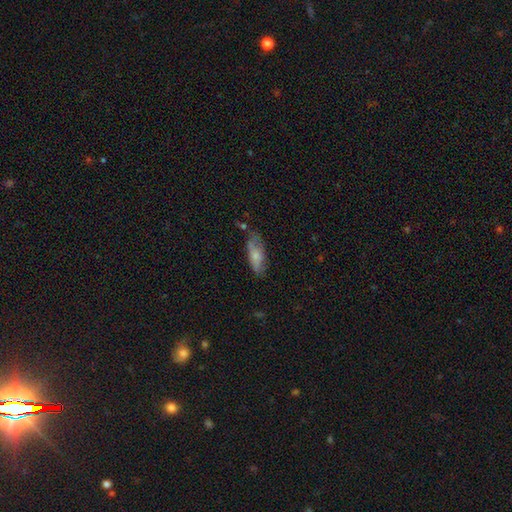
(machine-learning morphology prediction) The model was most divided on "merging": none: 55%, minor disturbance: 30%, major disturbance: 10%, merger: 5%. More confident: how rounded — in between (70%); smooth or featured — smooth (69%).